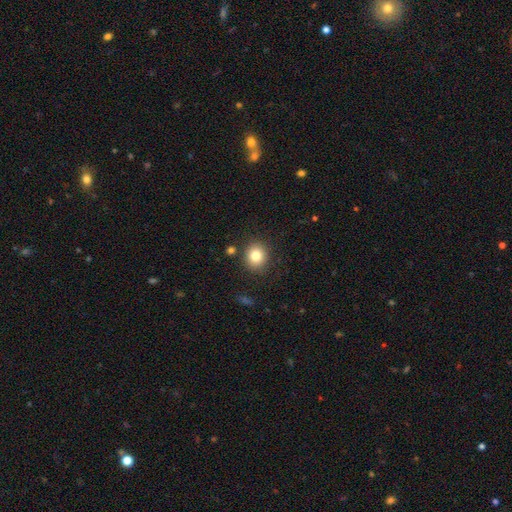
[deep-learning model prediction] A smooth galaxy with no disk features (82%) that is round (76%).

Vote fractions:
- Smooth or featured? smooth: 82% / star or artifact: 10% / featured or disk: 8%
- How rounded? round: 76% / in between: 23% / cigar-shaped: 1%
- Merging? none: 87% / minor disturbance: 8% / merger: 3% / major disturbance: 3%